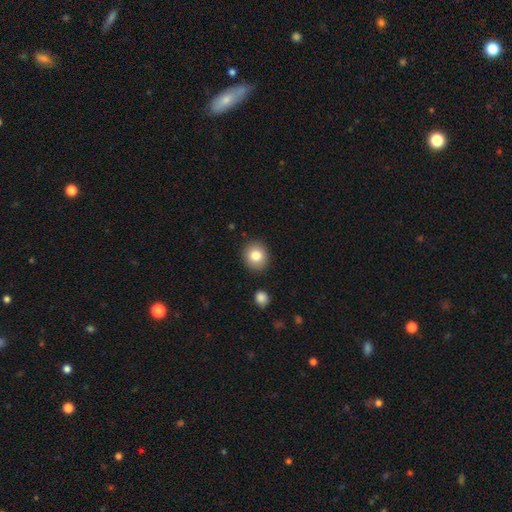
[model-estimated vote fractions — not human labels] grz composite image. It shows a smooth galaxy with no disk features (82%) that is round (83%). Merging: none (89%).